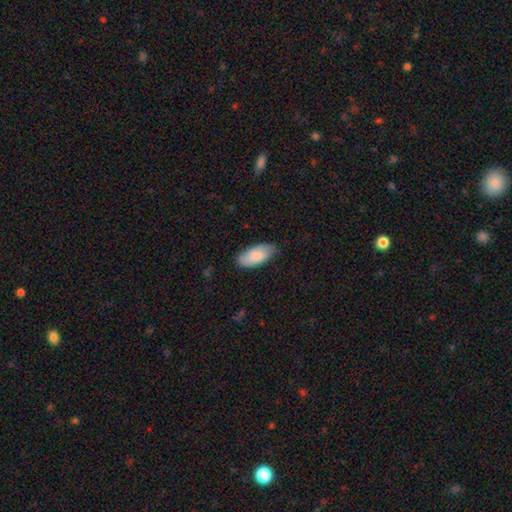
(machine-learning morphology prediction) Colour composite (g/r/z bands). It shows a smooth galaxy with no disk features (84%) that is in between round and cigar-shaped (92%). Merging: none (78%).